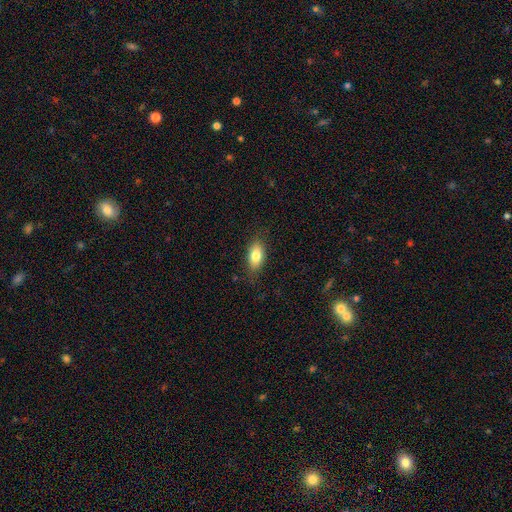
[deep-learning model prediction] A smooth galaxy with no disk features (80%) that is in between round and cigar-shaped (88%).

Vote fractions:
- Smooth or featured? smooth: 80% / featured or disk: 12% / star or artifact: 7%
- How rounded? in between: 88% / cigar-shaped: 7% / round: 5%
- Merging? none: 84% / minor disturbance: 12% / major disturbance: 3% / merger: 1%